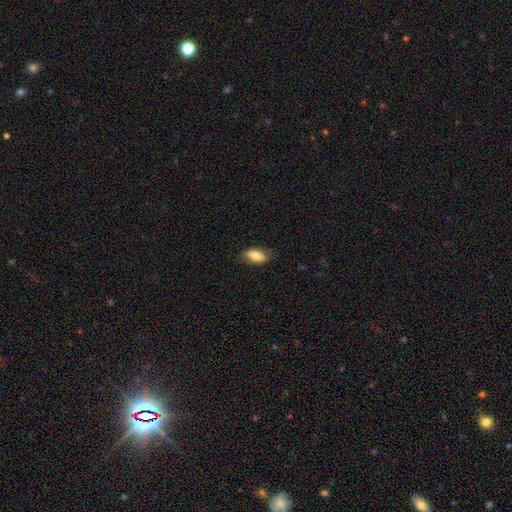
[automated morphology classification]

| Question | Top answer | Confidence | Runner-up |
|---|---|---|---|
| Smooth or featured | smooth | 81% | featured or disk (12%) |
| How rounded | in between | 88% | cigar-shaped (9%) |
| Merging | none | 78% | minor disturbance (17%) |